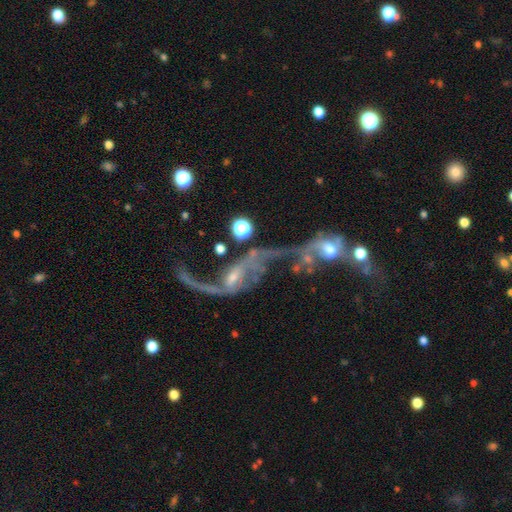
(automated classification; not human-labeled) Smooth or featured?
  - featured or disk: 78% *
  - star or artifact: 12%
  - smooth: 10%
Edge-on disk?
  - no: 93% *
  - yes: 7%
Bar?
  - no: 45% *
  - weak: 37%
  - strong: 18%
Spiral arms?
  - yes: 80% *
  - no: 20%
Spiral winding?
  - loose: 89% *
  - medium: 8%
  - tight: 3%
Spiral arm count?
  - 2: 76% *
  - 1: 10%
  - can't tell: 7%
  - 3: 2%
  - 4: 2%
  - more than 4: 2%
Bulge size?
  - small: 52% *
  - moderate: 29%
  - none: 14%
  - large: 3%
  - dominant: 2%
Merging?
  - merger: 57% *
  - major disturbance: 22%
  - none: 13%
  - minor disturbance: 7%